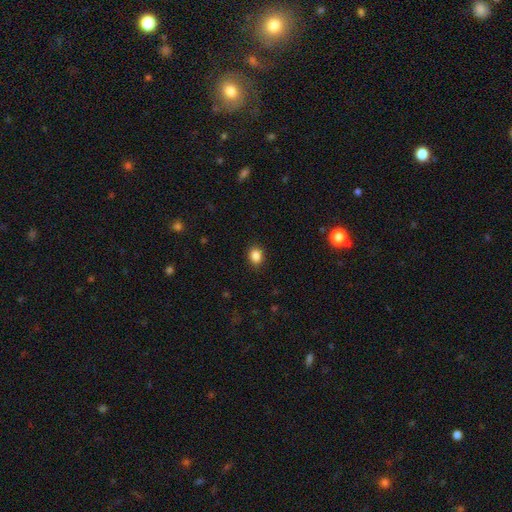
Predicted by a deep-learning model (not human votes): The model was most divided on "how rounded": round: 51%, in between: 48%, cigar-shaped: 1%. More confident: merging — none (89%); smooth or featured — smooth (87%).